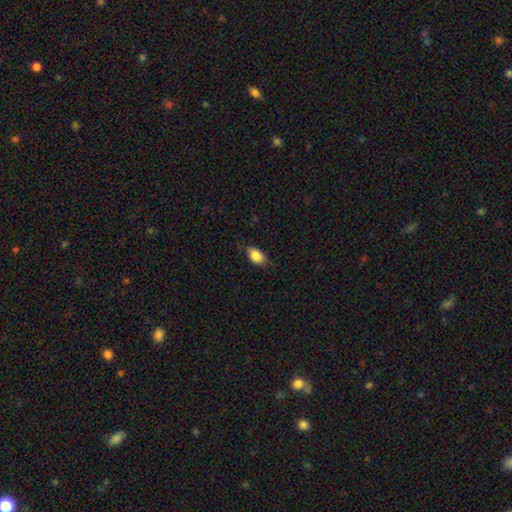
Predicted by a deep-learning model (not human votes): smooth 84%, featured or disk 8%, star or artifact 8%. Down the decision tree: how rounded — in between (83%); merging — none (75%).